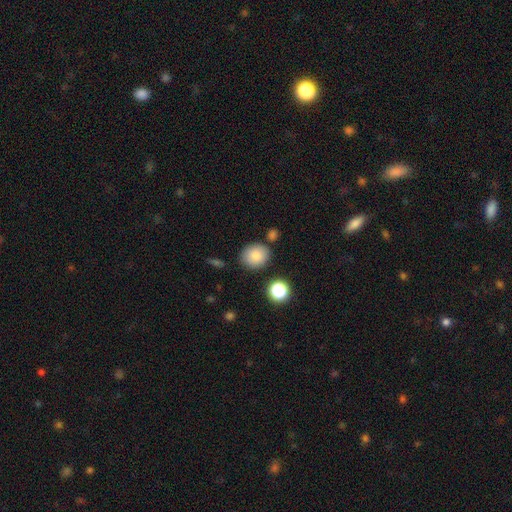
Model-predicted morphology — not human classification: type=smooth (83%); roundness=round (72%); merging=none (81%).